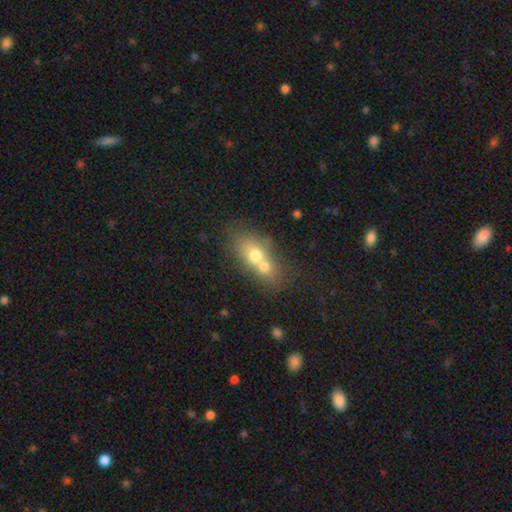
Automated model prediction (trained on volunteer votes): A smooth galaxy with no disk features (63%) that is in between round and cigar-shaped (66%). Merging: merger (66%).